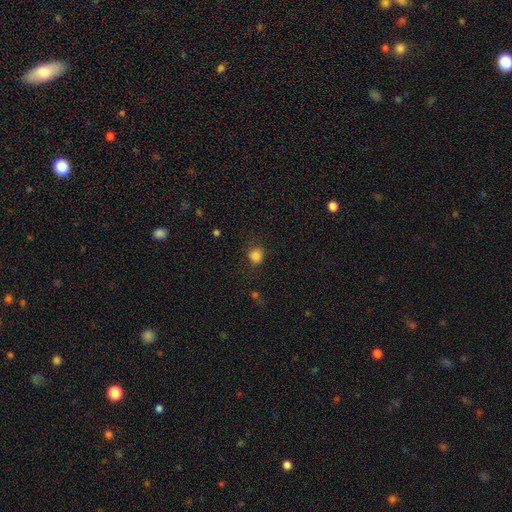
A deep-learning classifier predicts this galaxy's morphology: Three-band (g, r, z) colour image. It shows a smooth galaxy with no disk features (84%) that is round (85%). Merging: none (78%).